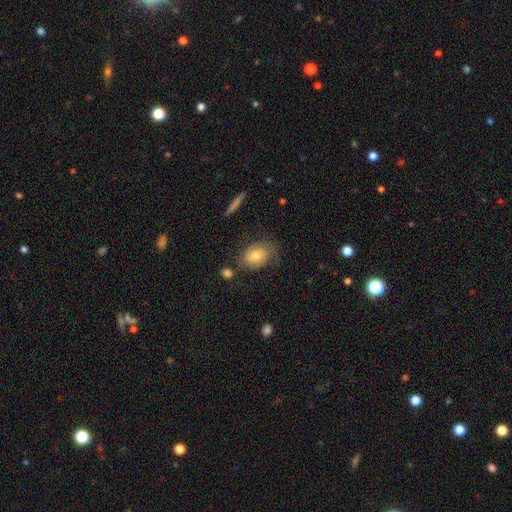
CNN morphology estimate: smooth-or-featured: featured or disk: 49% | smooth: 41% | star or artifact: 9%
  merging: none: 62% | minor disturbance: 21% | major disturbance: 12% | merger: 4%